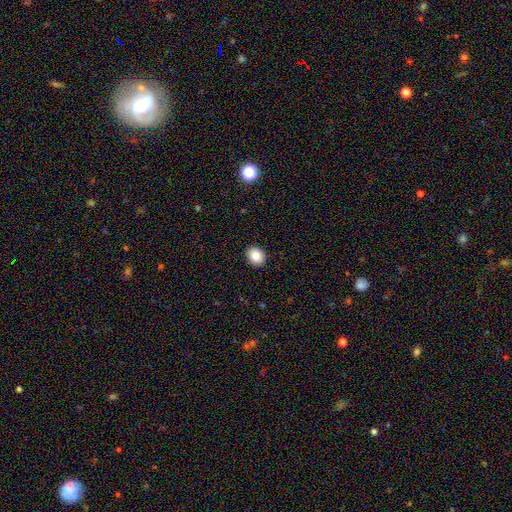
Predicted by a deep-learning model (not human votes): smooth 84%, star or artifact 9%, featured or disk 7%. Down the decision tree: how rounded — round (54%); merging — none (91%).